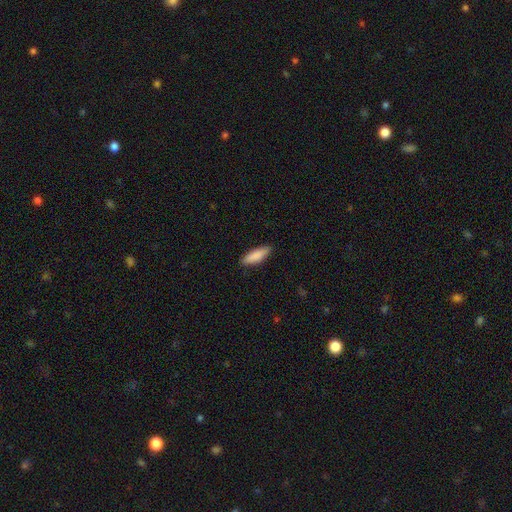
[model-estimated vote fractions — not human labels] Smooth or featured?
  - smooth: 86% *
  - featured or disk: 9%
  - star or artifact: 6%
How rounded?
  - cigar-shaped: 51% *
  - in between: 48%
  - round: 2%
Merging?
  - none: 86% *
  - minor disturbance: 11%
  - major disturbance: 2%
  - merger: 1%